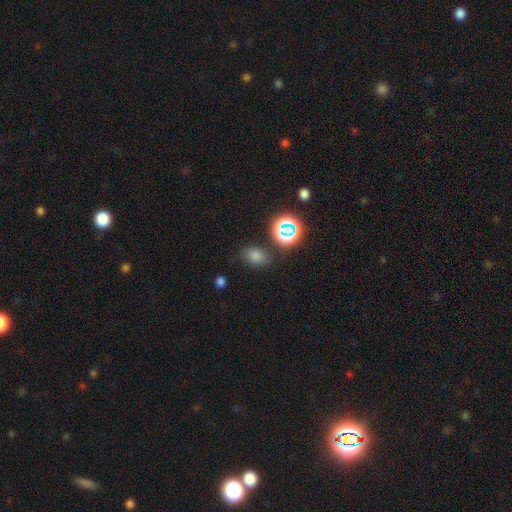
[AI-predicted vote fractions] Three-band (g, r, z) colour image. It shows a smooth galaxy with no disk features (67%) that is in between round and cigar-shaped (62%). Merging: none (79%).